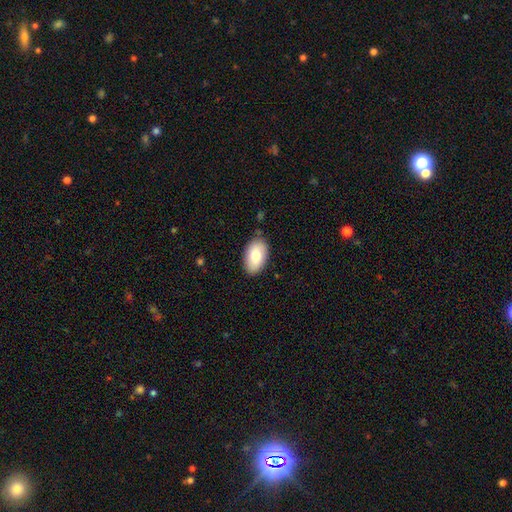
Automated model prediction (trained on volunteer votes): This appears to be a smooth galaxy with no disk features (78%) that is in between round and cigar-shaped (93%). Merging: none (84%).